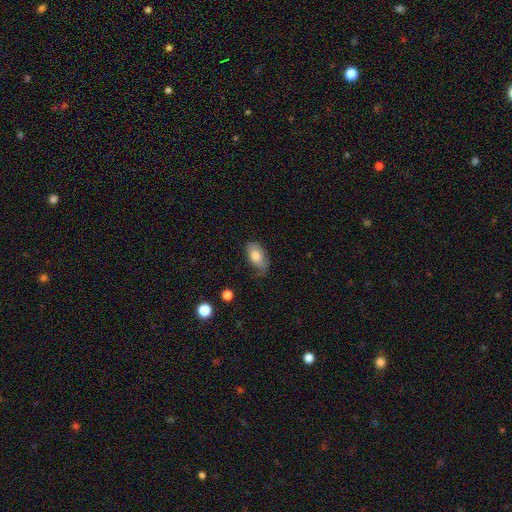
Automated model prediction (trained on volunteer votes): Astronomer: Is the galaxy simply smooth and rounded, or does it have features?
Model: smooth — 78%.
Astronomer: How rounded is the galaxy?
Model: in between — 92%.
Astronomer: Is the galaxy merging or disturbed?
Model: none — 55% (runner-up: minor disturbance, 34%).